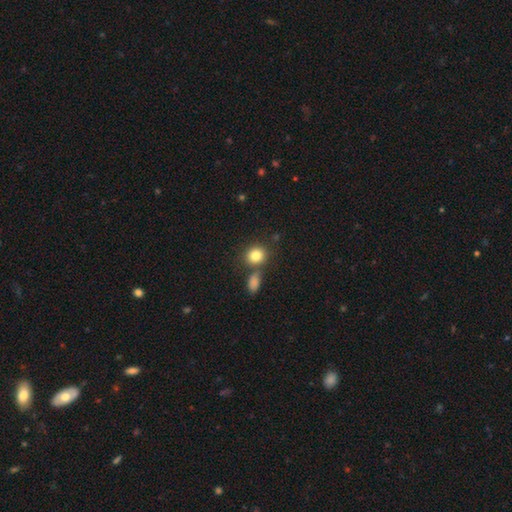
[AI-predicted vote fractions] A smooth galaxy with no disk features (84%) that is round (72%). Merging: none (66%).